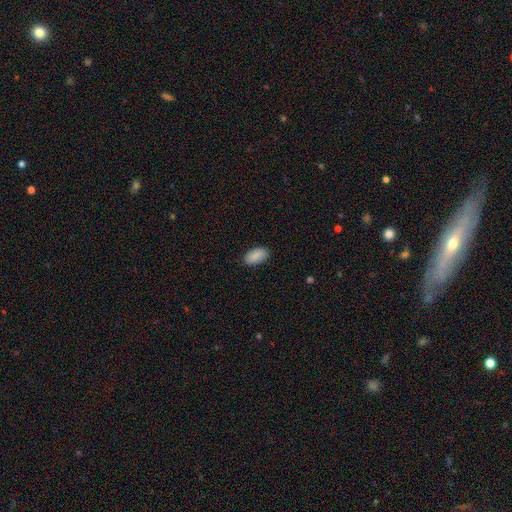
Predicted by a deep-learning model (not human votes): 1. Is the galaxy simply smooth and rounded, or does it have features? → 89% smooth, 7% star or artifact, 4% featured or disk.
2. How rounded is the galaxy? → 94% in between, 3% round, 3% cigar-shaped.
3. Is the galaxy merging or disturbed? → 86% none, 10% minor disturbance, 2% major disturbance, 1% merger.